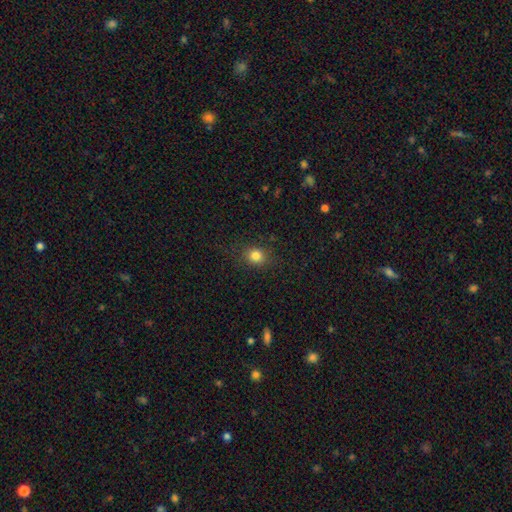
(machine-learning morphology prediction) This appears to be a smooth galaxy with no disk features (82%) that is round (71%). Merging: none (85%).